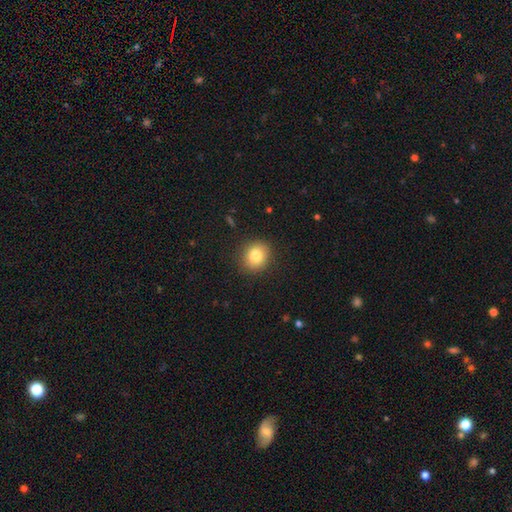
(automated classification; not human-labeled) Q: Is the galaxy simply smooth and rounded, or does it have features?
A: smooth — 81%.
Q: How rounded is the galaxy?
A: round — 78%.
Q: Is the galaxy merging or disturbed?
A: none — 89%.